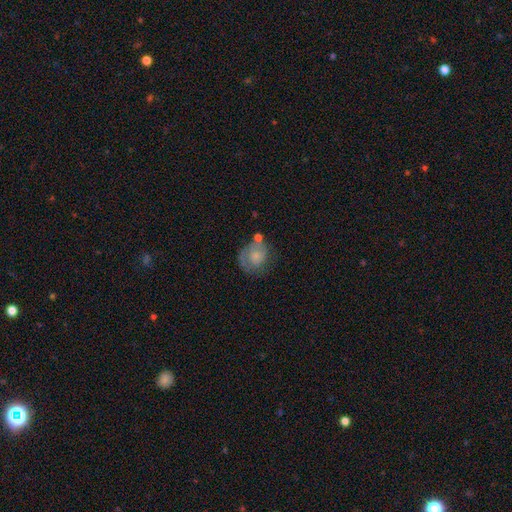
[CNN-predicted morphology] Smooth or featured? Predicted: smooth (p=0.57). How rounded? Predicted: round (p=0.69). Merging? Predicted: none (p=0.46).